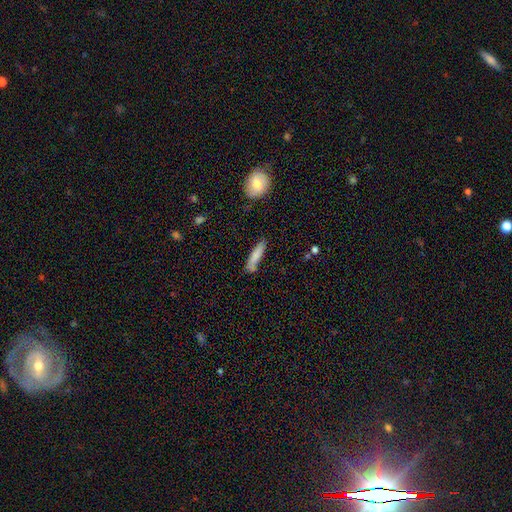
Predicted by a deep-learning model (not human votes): This appears to be a smooth galaxy with no disk features (80%) that is cigar-shaped (84%). Merging: none (70%).